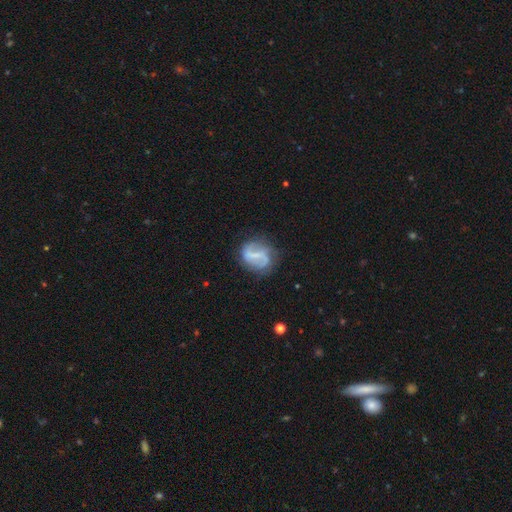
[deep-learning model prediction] Morphology: type=featured or disk (69%); edge-on=no (97%); bar=weak (43%); spiral arms=yes (80%); winding=loose (44%); arm count=2 (75%); bulge=small (42%); merging=none (64%).